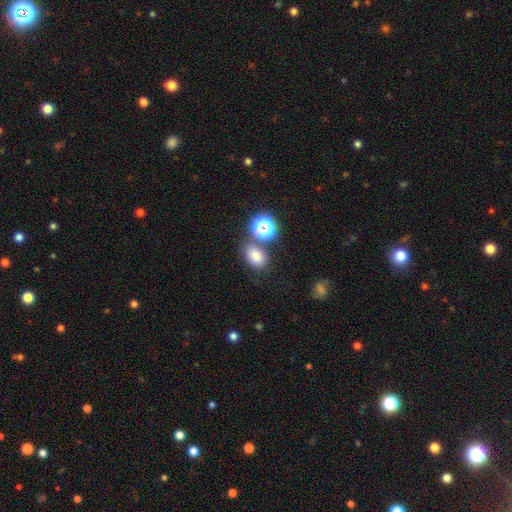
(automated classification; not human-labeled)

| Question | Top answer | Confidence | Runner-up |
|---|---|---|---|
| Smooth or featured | smooth | 74% | star or artifact (18%) |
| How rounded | in between | 69% | round (30%) |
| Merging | none | 68% | merger (14%) |